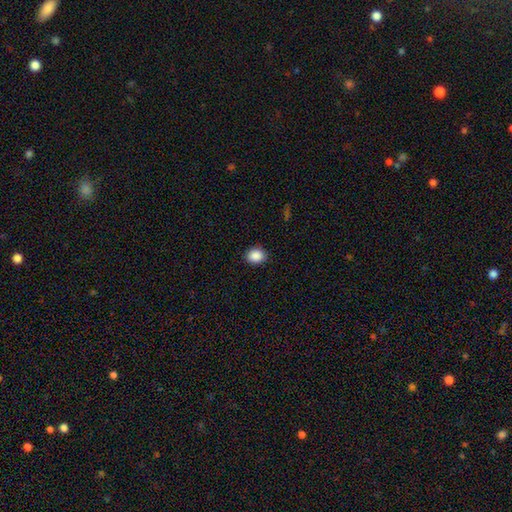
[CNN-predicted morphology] type=smooth (89%); roundness=round (57%); merging=none (89%).